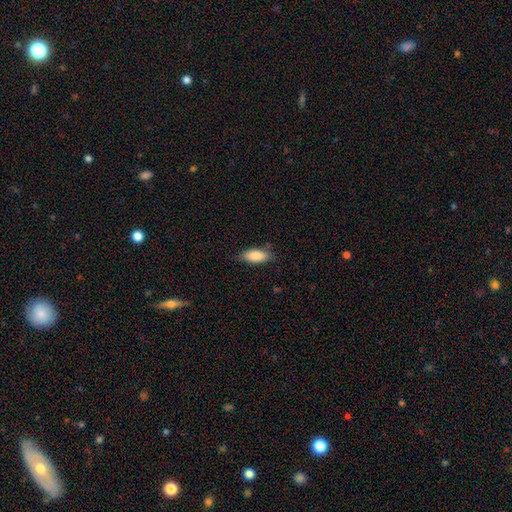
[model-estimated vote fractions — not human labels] Smooth or featured: smooth — 85% (featured or disk — 8%)
How rounded: in between — 82% (cigar-shaped — 16%)
Merging: none — 77% (minor disturbance — 18%)